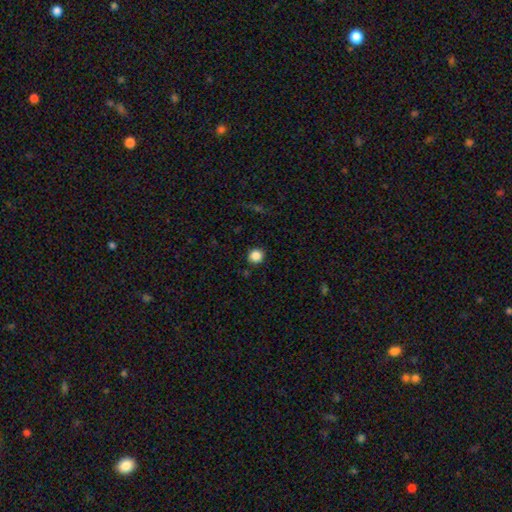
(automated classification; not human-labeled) A smooth galaxy with no disk features (86%) that is round (90%). Merging: none (90%).